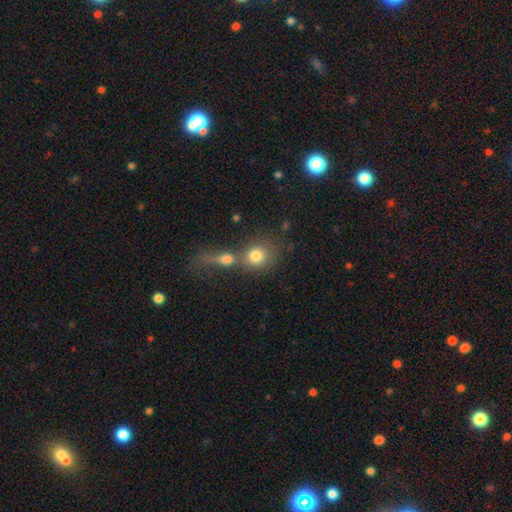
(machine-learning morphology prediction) Smooth or featured?
  - smooth: 77% *
  - featured or disk: 12%
  - star or artifact: 11%
How rounded?
  - round: 78% *
  - in between: 20%
  - cigar-shaped: 2%
Merging?
  - merger: 53% *
  - none: 33%
  - minor disturbance: 7%
  - major disturbance: 7%